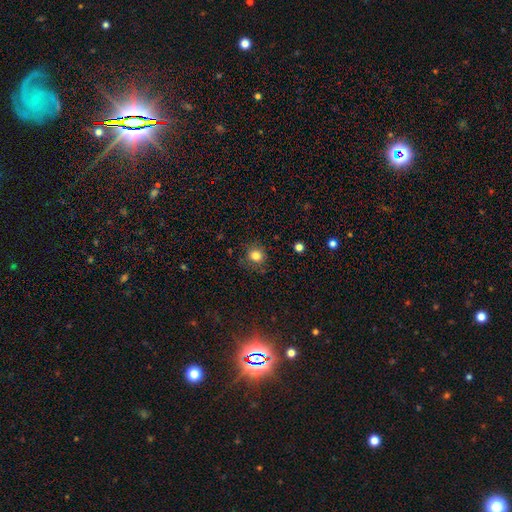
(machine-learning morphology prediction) smooth 82%, star or artifact 12%, featured or disk 6%. Down the decision tree: how rounded — round (88%); merging — none (82%).